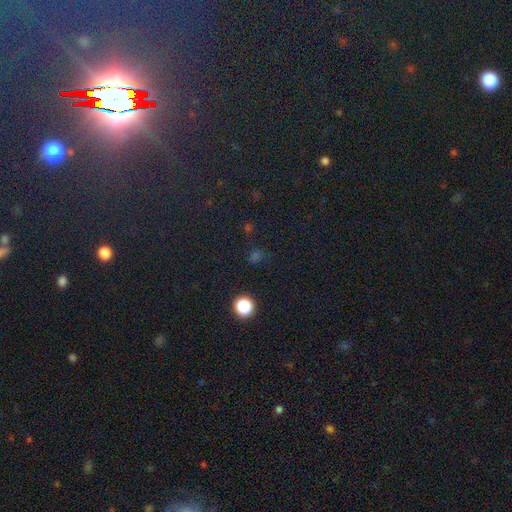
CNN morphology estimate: smooth-or-featured: smooth: 49% | star or artifact: 45% | featured or disk: 6%
  merging: none: 80% | minor disturbance: 10% | merger: 6% | major disturbance: 5%